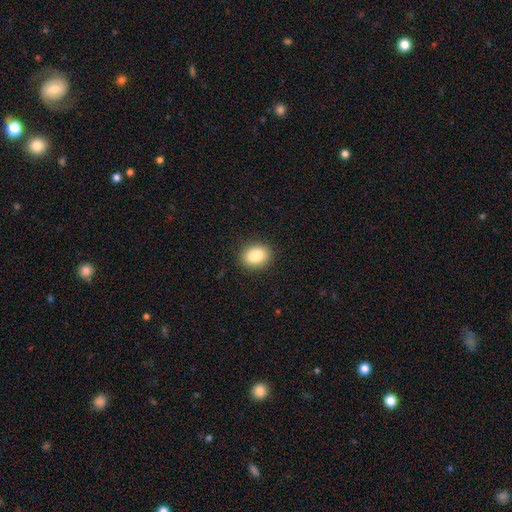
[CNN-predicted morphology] Smooth or featured? Predicted: smooth (p=0.86). How rounded? Predicted: in between (p=0.59). Merging? Predicted: none (p=0.89).